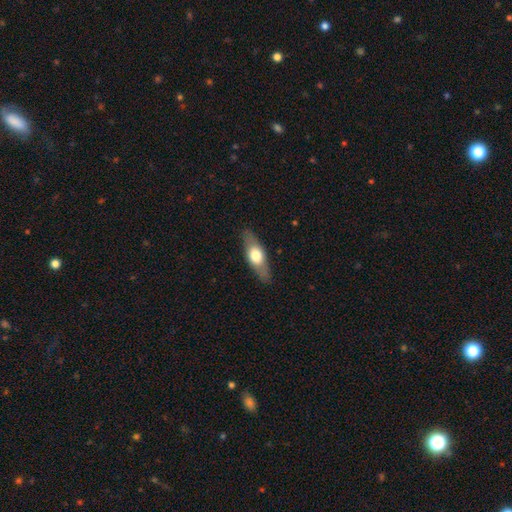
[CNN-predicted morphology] This appears to be a smooth galaxy with no disk features (53%) that is in between round and cigar-shaped (60%). Merging: none (86%).